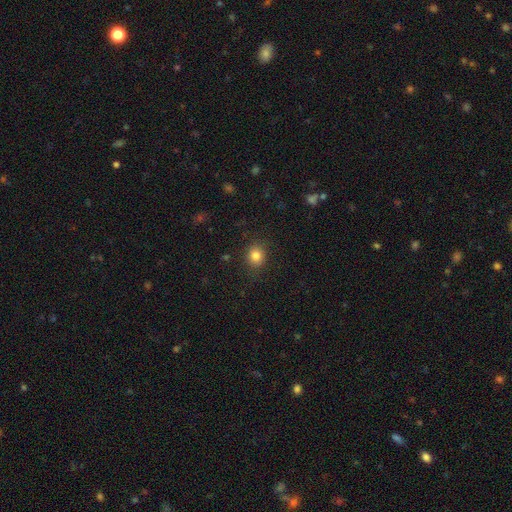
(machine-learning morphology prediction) This is clearly a smooth galaxy (83%). How rounded: likely round (75%). Merging: clearly none (87%).